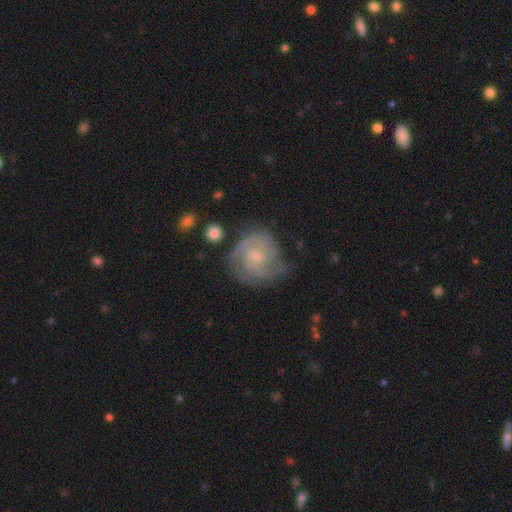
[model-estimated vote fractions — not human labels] smooth_or_featured: featured or disk (p=0.82) [alt: smooth p=0.12]
disk_edge_on: no (p=0.98) [alt: yes p=0.02]
bar: no (p=0.64) [alt: weak p=0.32]
has_spiral_arms: yes (p=0.95) [alt: no p=0.05]
spiral_winding: tight (p=0.56) [alt: medium p=0.35]
spiral_arm_count: 2 (p=0.38) [alt: 3 p=0.27]
bulge_size: small (p=0.67) [alt: moderate p=0.26]
merging: none (p=0.67) [alt: minor disturbance p=0.22]